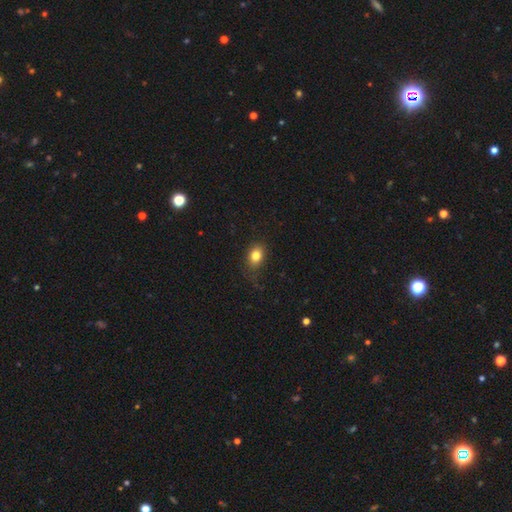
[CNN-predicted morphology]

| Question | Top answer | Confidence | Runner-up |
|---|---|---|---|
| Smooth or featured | smooth | 81% | star or artifact (11%) |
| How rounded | in between | 65% | round (33%) |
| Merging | none | 76% | minor disturbance (18%) |